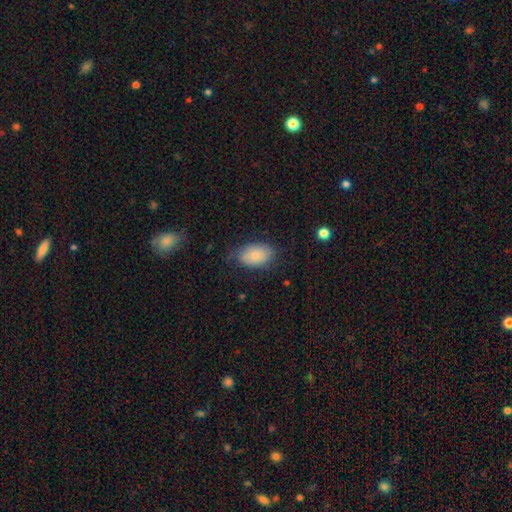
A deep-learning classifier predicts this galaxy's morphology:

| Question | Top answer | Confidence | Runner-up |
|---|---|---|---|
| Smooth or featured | smooth | 80% | featured or disk (13%) |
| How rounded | in between | 91% | round (8%) |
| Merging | none | 62% | minor disturbance (28%) |